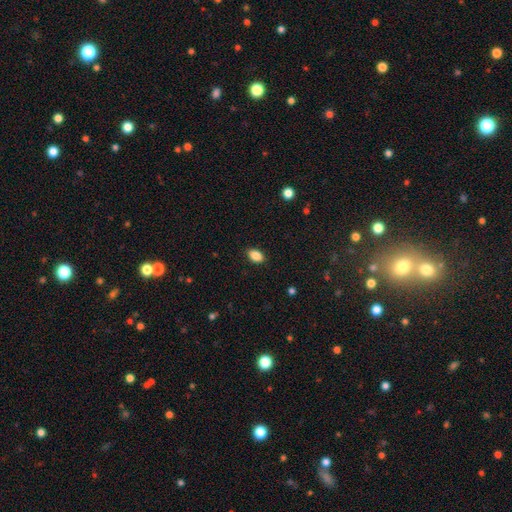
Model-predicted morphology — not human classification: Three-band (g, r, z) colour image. It shows a smooth galaxy with no disk features (88%) that is in between round and cigar-shaped (87%). Merging: none (89%).